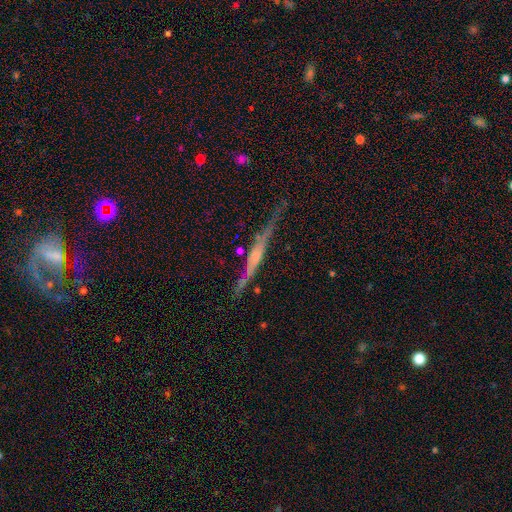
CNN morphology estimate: smooth-or-featured: featured or disk: 75% | smooth: 17% | star or artifact: 8%
  disk-edge-on: yes: 96% | no: 4%
    edge-on-bulge: rounded: 44% | boxy: 28% | none: 27%
  merging: none: 78% | minor disturbance: 15% | major disturbance: 4% | merger: 3%